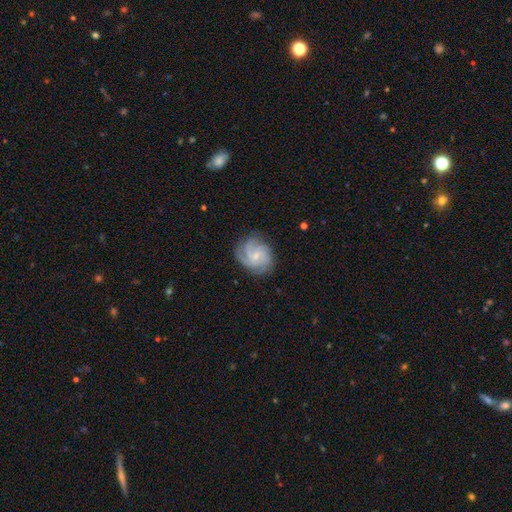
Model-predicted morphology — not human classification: A featured or disk galaxy (80%) with no bar (52%), 3 (42%) tight (48%) spiral arms (97%) and a small central bulge (68%).

Vote fractions:
- Smooth or featured? featured or disk: 80% / smooth: 14% / star or artifact: 6%
- Edge-on disk? no: 98% / yes: 2%
- Bar? no: 52% / weak: 42% / strong: 5%
- Spiral arms? yes: 97% / no: 3%
- Spiral winding? tight: 48% / medium: 41% / loose: 10%
- Spiral arm count? 3: 42% / 4: 19% / can't tell: 17% / 2: 12% / more than 4: 5% / 1: 5%
- Bulge size? small: 68% / moderate: 25% / none: 5% / large: 1% / dominant: 1%
- Merging? none: 77% / minor disturbance: 17% / major disturbance: 5% / merger: 1%